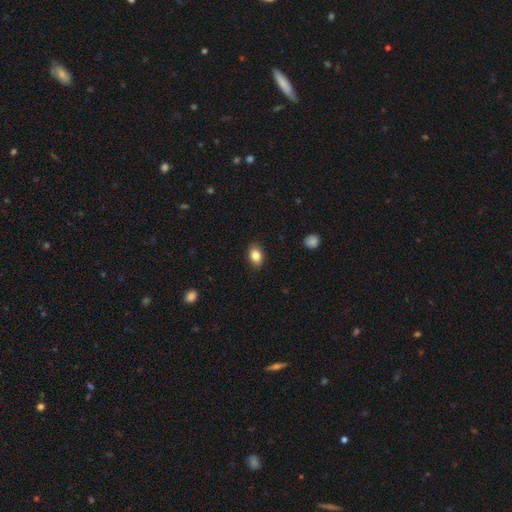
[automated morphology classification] Smooth or featured? Predicted: smooth (p=0.84). How rounded? Predicted: in between (p=0.80). Merging? Predicted: none (p=0.87).